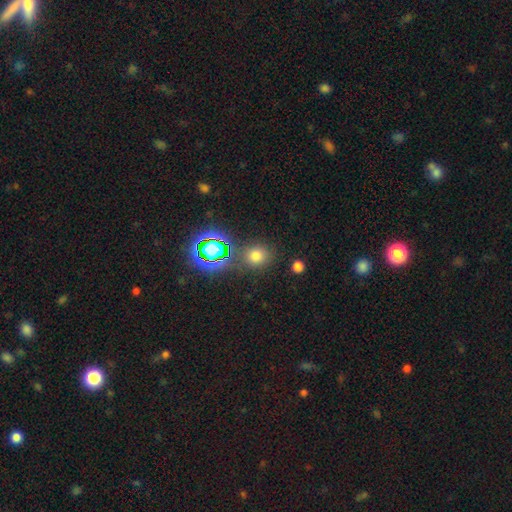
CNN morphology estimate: Smooth or featured? Predicted: smooth (p=0.68). How rounded? Predicted: round (p=0.75). Merging? Predicted: none (p=0.80).